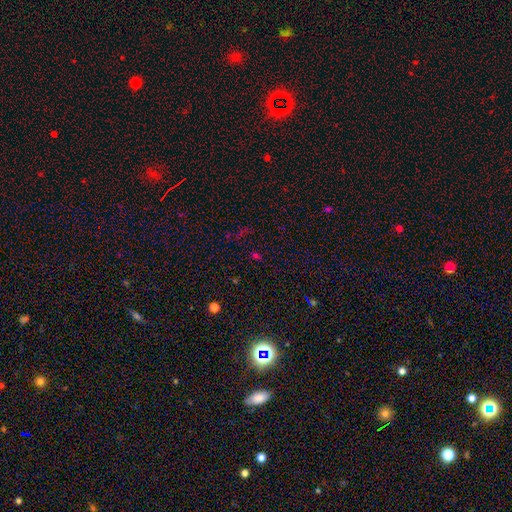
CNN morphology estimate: Overall: star or artifact (56%; smooth 35%).